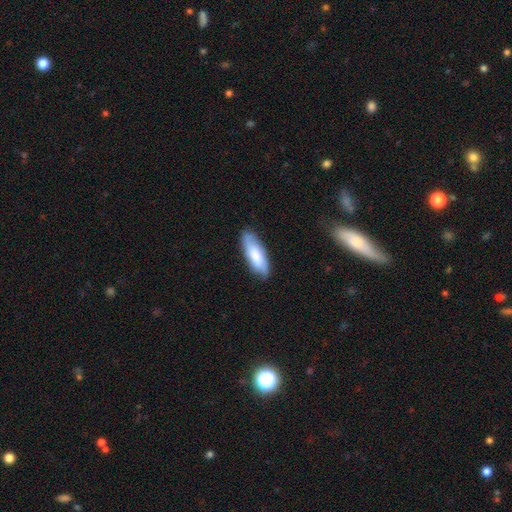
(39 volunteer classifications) A smooth galaxy with no disk features (77%) that is in between round and cigar-shaped (53%).

Vote fractions:
- Smooth or featured? smooth: 77% / featured or disk: 21% / star or artifact: 3%
- How rounded? in between: 53% / cigar-shaped: 43% / round: 3%
- Merging? none: 82% / minor disturbance: 16% / major disturbance: 3% / merger: 0%